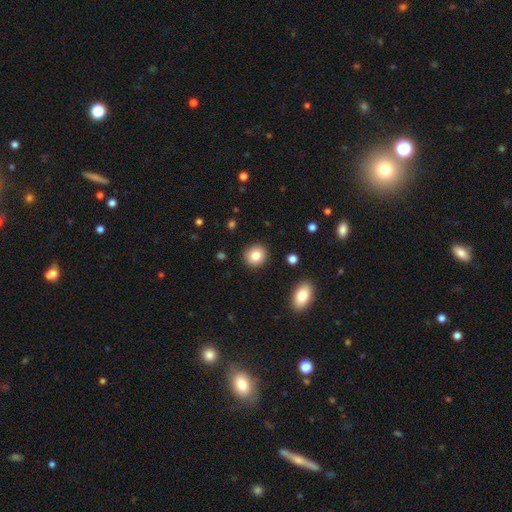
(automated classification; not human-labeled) A smooth galaxy with no disk features (83%) that is round (83%).

Vote fractions:
- Smooth or featured? smooth: 83% / star or artifact: 9% / featured or disk: 7%
- How rounded? round: 83% / in between: 16% / cigar-shaped: 1%
- Merging? none: 91% / minor disturbance: 6% / major disturbance: 2% / merger: 1%